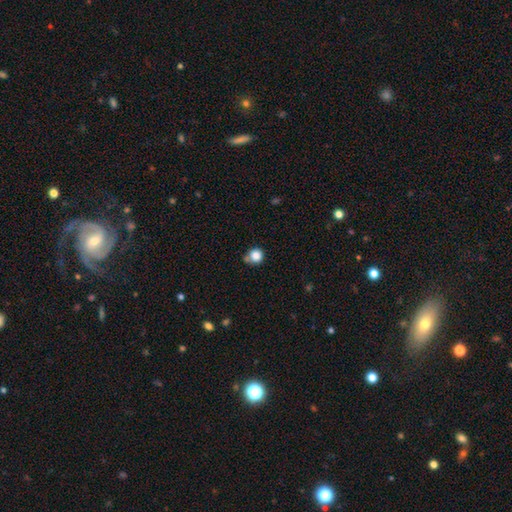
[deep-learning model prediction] A smooth galaxy with no disk features (85%) that is round (91%).

Vote fractions:
- Smooth or featured? smooth: 85% / star or artifact: 10% / featured or disk: 5%
- How rounded? round: 91% / in between: 8% / cigar-shaped: 1%
- Merging? none: 62% / minor disturbance: 19% / merger: 13% / major disturbance: 5%